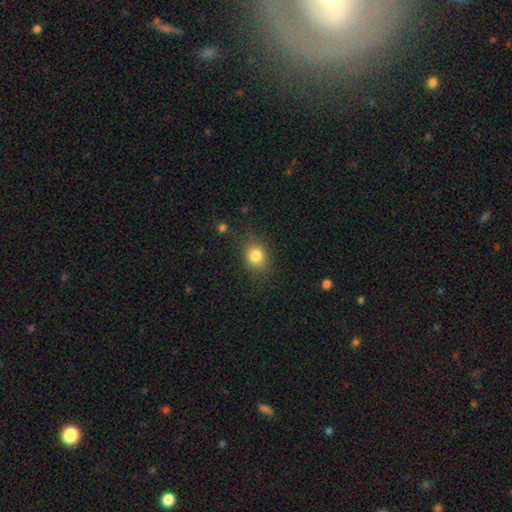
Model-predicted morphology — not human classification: Smooth or featured? smooth (82%)
How rounded? round (59%)
Merging? none (79%)